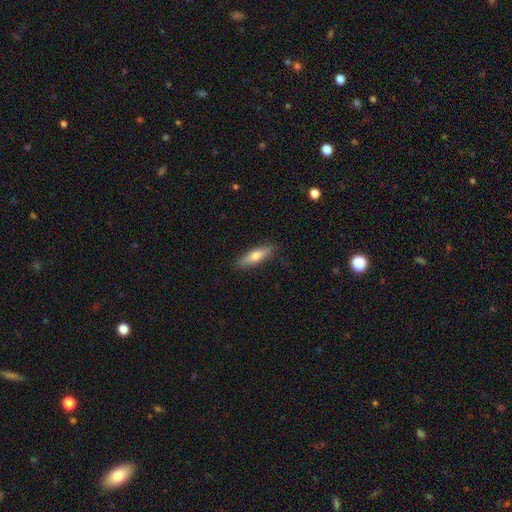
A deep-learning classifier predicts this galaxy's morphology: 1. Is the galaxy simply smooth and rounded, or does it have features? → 63% smooth, 31% featured or disk, 6% star or artifact.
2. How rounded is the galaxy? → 63% cigar-shaped, 35% in between, 2% round.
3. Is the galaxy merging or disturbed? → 88% none, 9% minor disturbance, 2% major disturbance, 1% merger.